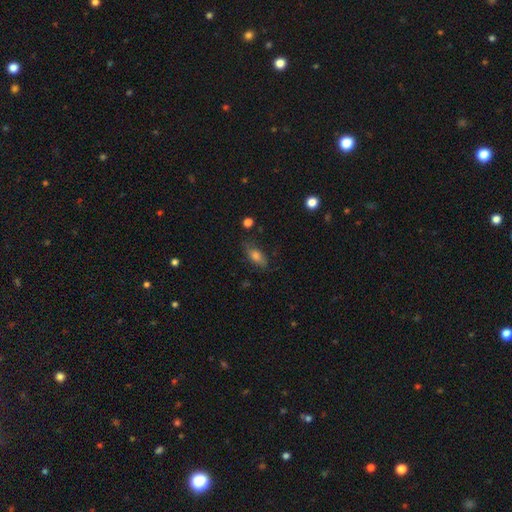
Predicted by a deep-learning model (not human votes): The model was most divided on "smooth or featured": smooth: 70%, featured or disk: 20%, star or artifact: 11%. More confident: how rounded — in between (77%); merging — none (73%).